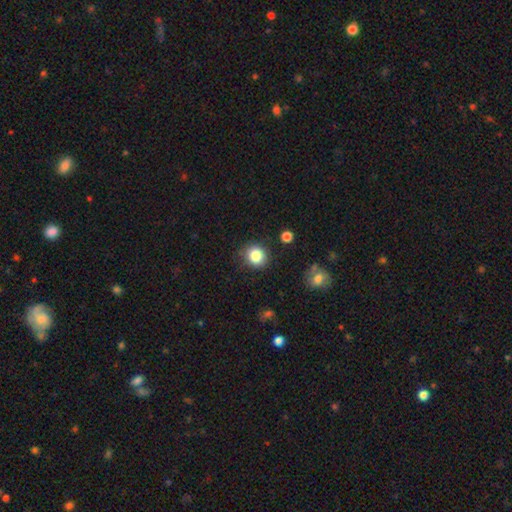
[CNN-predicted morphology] Overall: smooth (84%). How rounded: round (84%). Merging: none (84%).